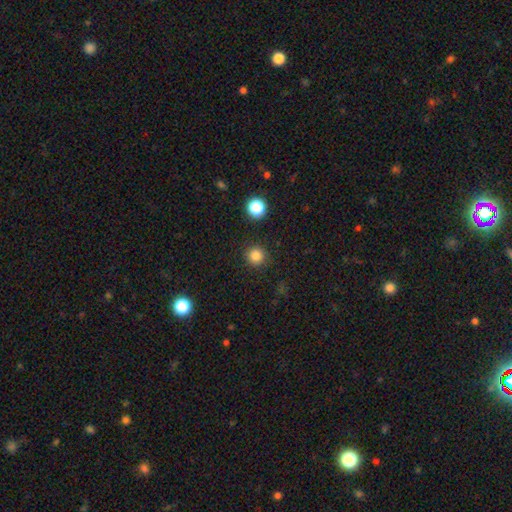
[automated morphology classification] Smooth or featured? Predicted: smooth (p=0.83). How rounded? Predicted: round (p=0.95). Merging? Predicted: none (p=0.91).